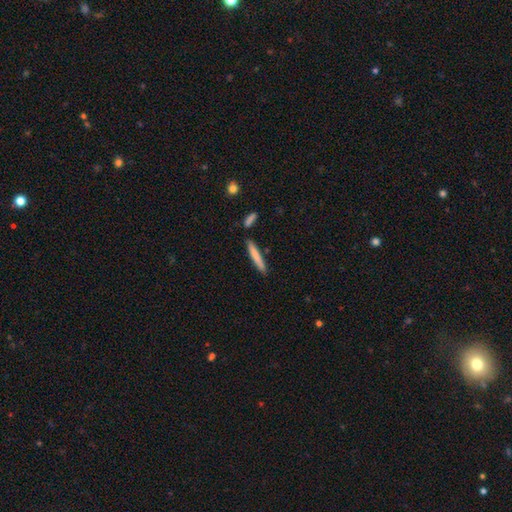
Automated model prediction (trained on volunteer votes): This is likely a smooth galaxy (77%). How rounded: clearly cigar-shaped (94%). Merging: clearly none (85%).